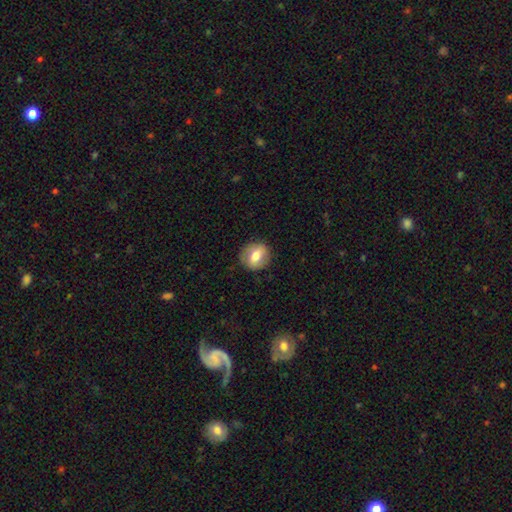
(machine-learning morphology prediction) Smooth or featured? Predicted: smooth (p=0.62). How rounded? Predicted: round (p=0.70). Merging? Predicted: none (p=0.85).